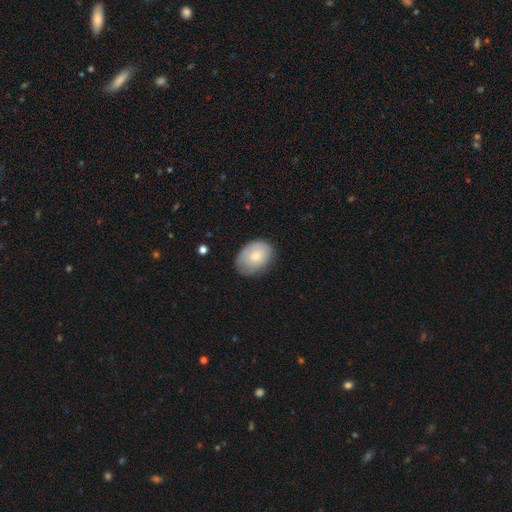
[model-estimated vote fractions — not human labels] smooth 72%, featured or disk 22%, star or artifact 6%. Down the decision tree: how rounded — in between (73%); merging — none (72%).